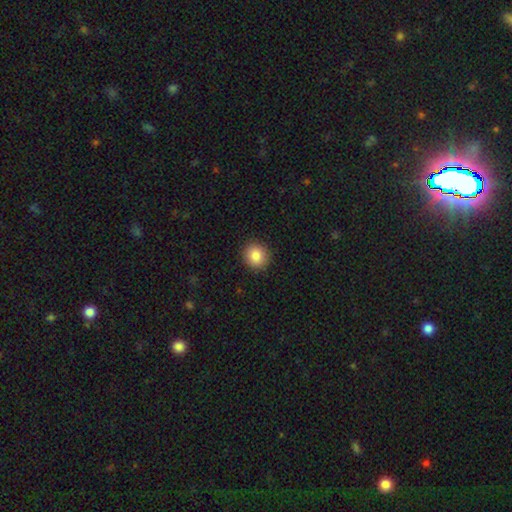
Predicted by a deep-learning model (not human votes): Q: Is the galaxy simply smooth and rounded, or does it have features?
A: smooth — 85%.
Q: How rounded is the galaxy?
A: round — 86%.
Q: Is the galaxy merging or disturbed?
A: none — 91%.